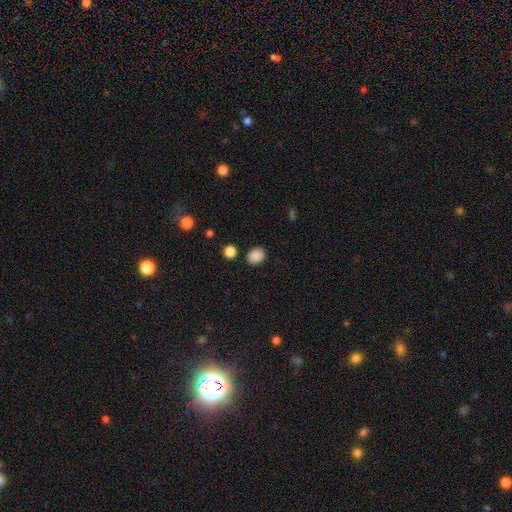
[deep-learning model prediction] This appears to be a smooth galaxy with no disk features (88%) that is in between round and cigar-shaped (63%). Merging: none (86%).